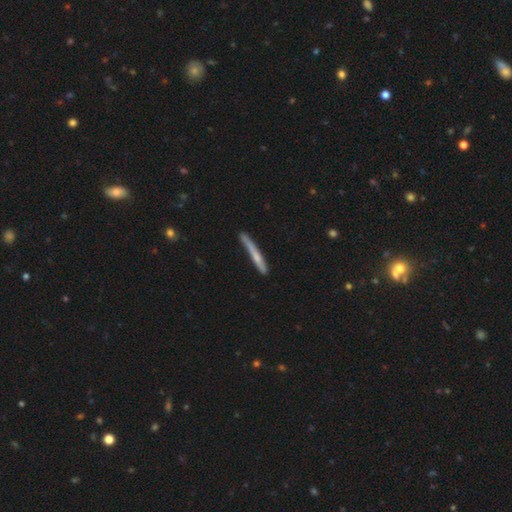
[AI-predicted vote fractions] smooth-or-featured: smooth: 55% | featured or disk: 39% | star or artifact: 6%
  how-rounded: cigar-shaped: 96% | in between: 3% | round: 1%
  merging: none: 72% | minor disturbance: 21% | major disturbance: 4% | merger: 3%